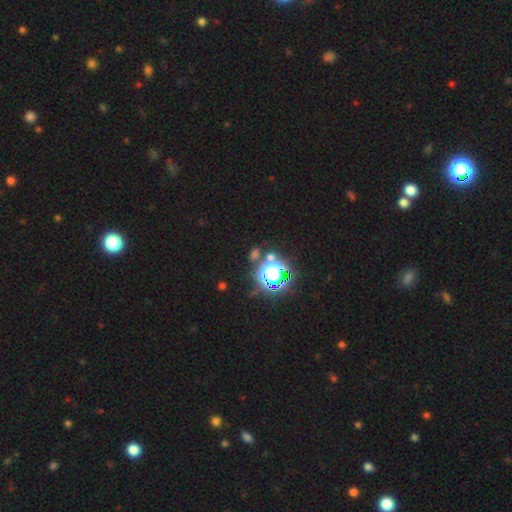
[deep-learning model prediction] Smooth or featured: star or artifact — 67% (smooth — 23%)